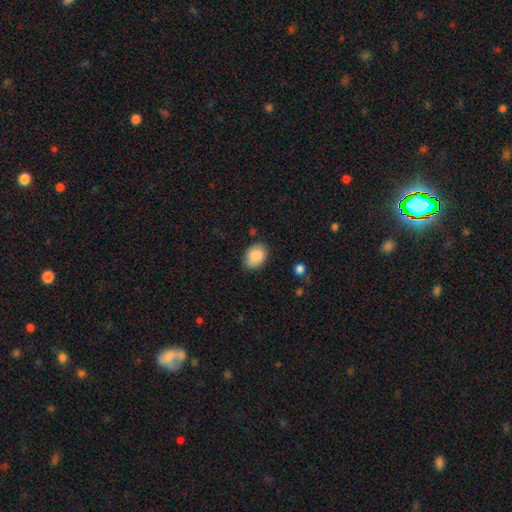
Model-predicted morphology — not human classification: Smooth or featured? smooth (88%)
How rounded? in between (72%)
Merging? none (78%)